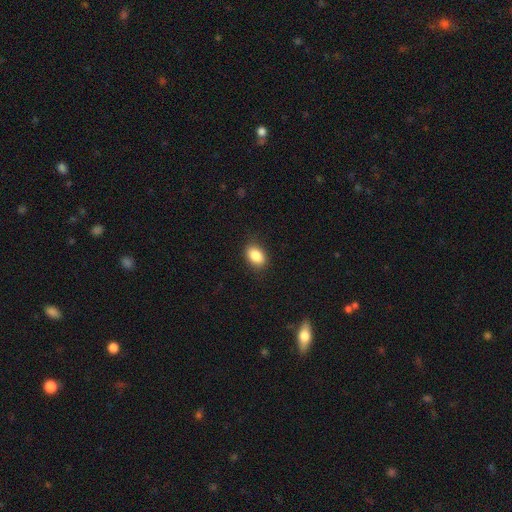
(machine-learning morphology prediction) smooth 87%, star or artifact 8%, featured or disk 5%. Down the decision tree: how rounded — in between (82%); merging — none (86%).